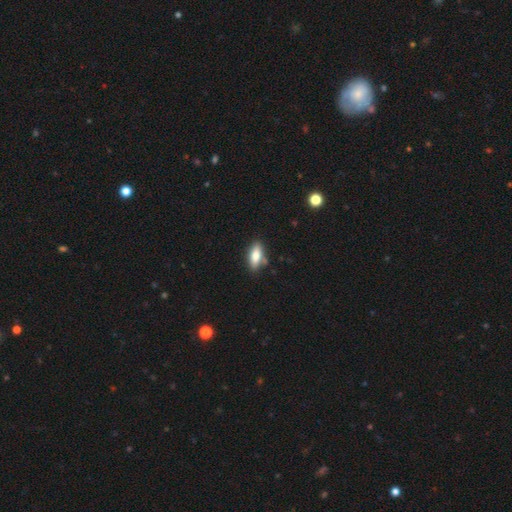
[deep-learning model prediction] The model was most divided on "how rounded": in between: 75%, cigar-shaped: 22%, round: 3%. More confident: merging — none (76%); smooth or featured — smooth (75%).